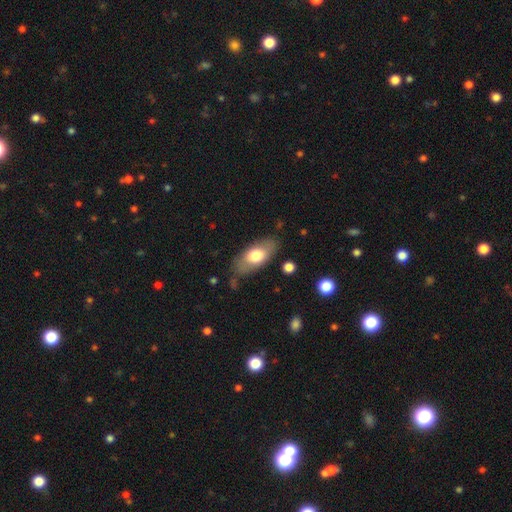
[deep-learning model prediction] This is likely a smooth galaxy (69%). How rounded: clearly in between (87%). Merging: likely none (77%).